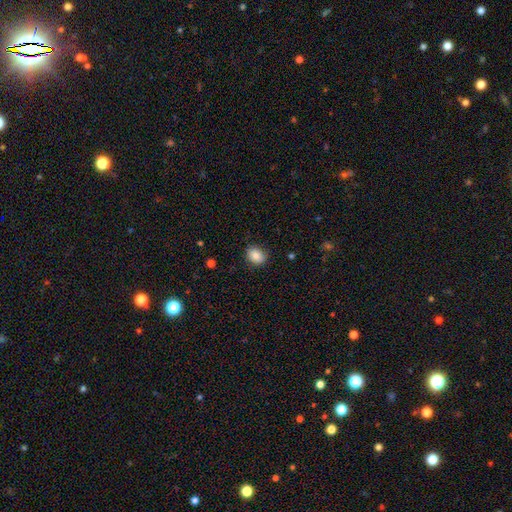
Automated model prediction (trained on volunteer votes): smooth_or_featured: smooth (p=0.86) [alt: star or artifact p=0.09]
how_rounded: in between (p=0.59) [alt: round p=0.40]
merging: none (p=0.83) [alt: minor disturbance p=0.13]